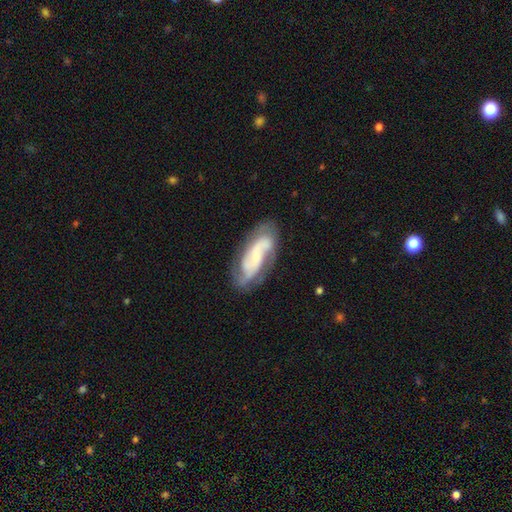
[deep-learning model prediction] smooth_or_featured: featured or disk (p=0.80) [alt: smooth p=0.14]
disk_edge_on: no (p=0.93) [alt: yes p=0.07]
bar: no (p=0.50) [alt: weak p=0.34]
has_spiral_arms: yes (p=0.95) [alt: no p=0.05]
spiral_winding: medium (p=0.45) [alt: tight p=0.40]
spiral_arm_count: 2 (p=0.59) [alt: can't tell p=0.16]
bulge_size: small (p=0.59) [alt: moderate p=0.22]
merging: none (p=0.72) [alt: minor disturbance p=0.18]